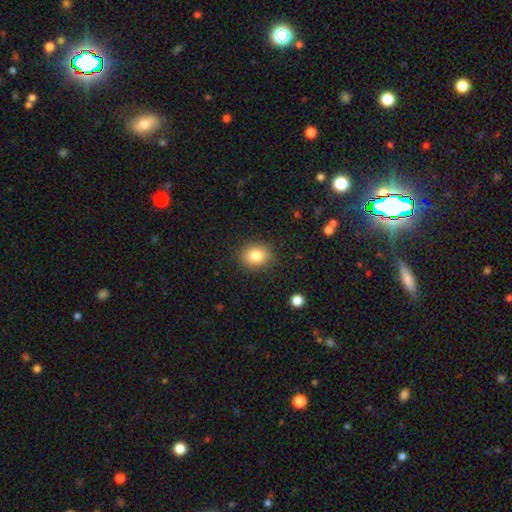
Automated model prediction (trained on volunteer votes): Overall: smooth (82%). How rounded: round (61%; in between 38%). Merging: none (88%).